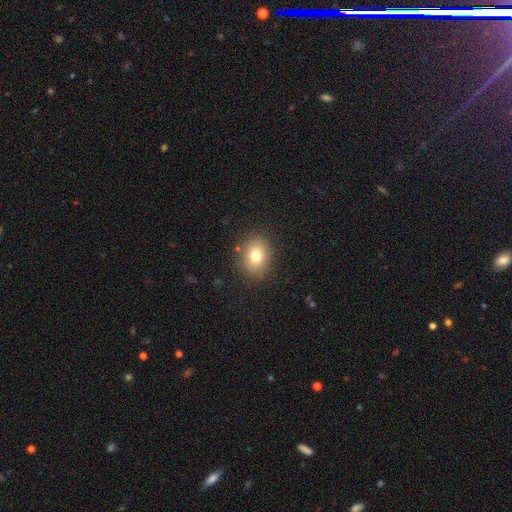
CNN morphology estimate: A smooth galaxy with no disk features (76%) that is round (50%).

Vote fractions:
- Smooth or featured? smooth: 76% / star or artifact: 12% / featured or disk: 12%
- How rounded? round: 50% / in between: 49% / cigar-shaped: 1%
- Merging? none: 86% / minor disturbance: 9% / major disturbance: 3% / merger: 1%